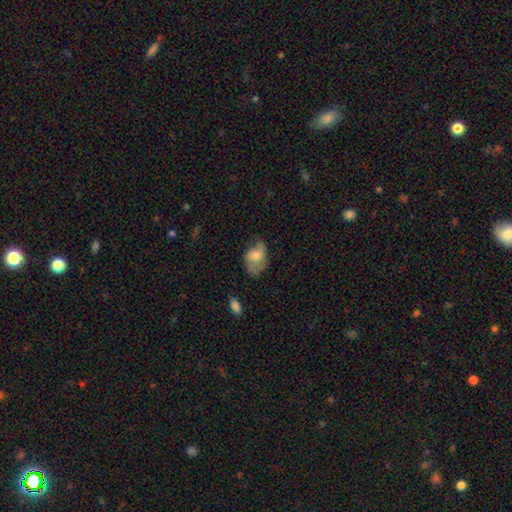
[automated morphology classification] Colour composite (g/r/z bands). It shows a smooth galaxy with no disk features (64%) that is in between round and cigar-shaped (85%). Merging: none (43%).